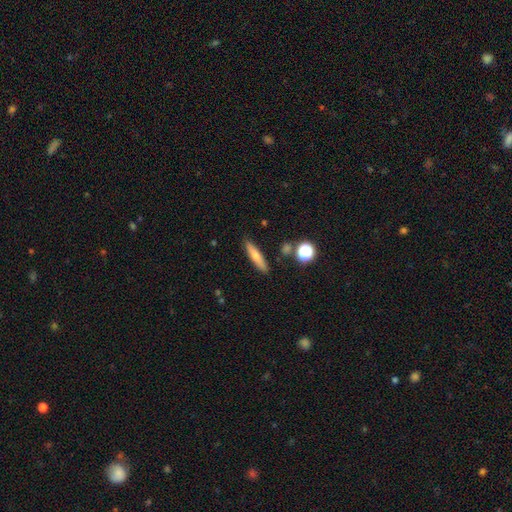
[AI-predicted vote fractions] Smooth or featured? smooth (66%)
How rounded? cigar-shaped (82%)
Merging? none (86%)